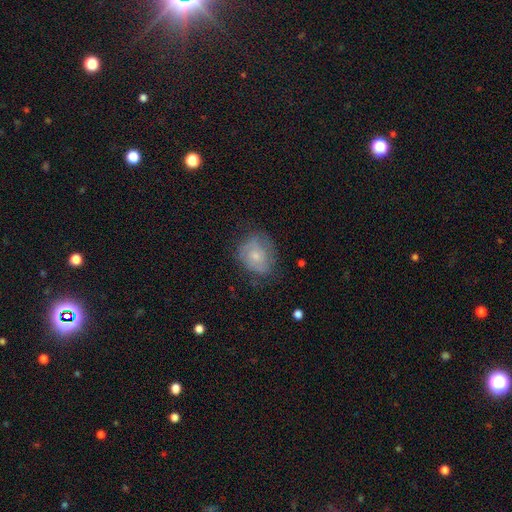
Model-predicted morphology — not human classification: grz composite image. It shows a featured or disk galaxy (46%, tied with smooth). Merging: none (64%).